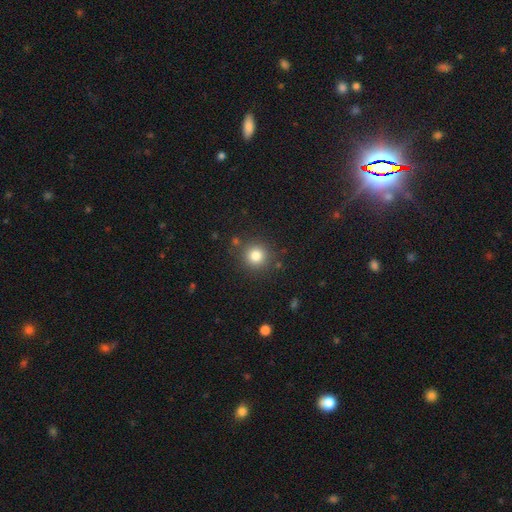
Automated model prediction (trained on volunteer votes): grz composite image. It shows a smooth galaxy with no disk features (81%) that is round (94%). Merging: none (87%).